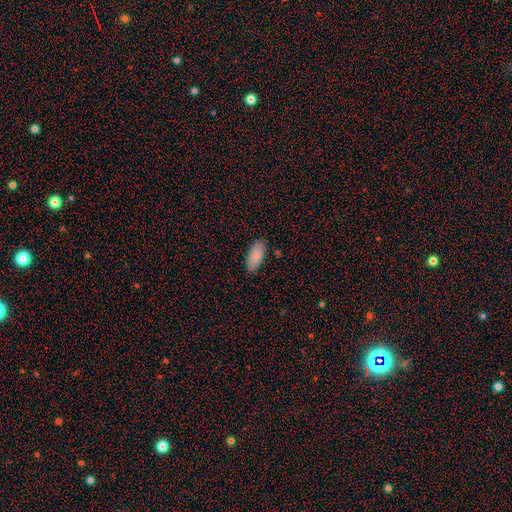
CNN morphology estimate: smooth_or_featured: smooth (p=0.88) [alt: star or artifact p=0.06]
how_rounded: in between (p=0.88) [alt: cigar-shaped p=0.10]
merging: none (p=0.86) [alt: minor disturbance p=0.11]